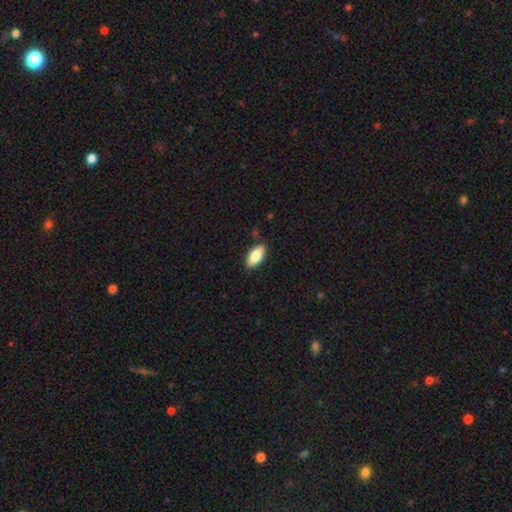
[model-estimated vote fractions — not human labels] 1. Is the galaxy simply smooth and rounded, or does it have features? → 80% smooth, 14% featured or disk, 6% star or artifact.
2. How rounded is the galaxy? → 88% in between, 10% cigar-shaped, 2% round.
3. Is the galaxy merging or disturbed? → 87% none, 10% minor disturbance, 2% major disturbance, 1% merger.